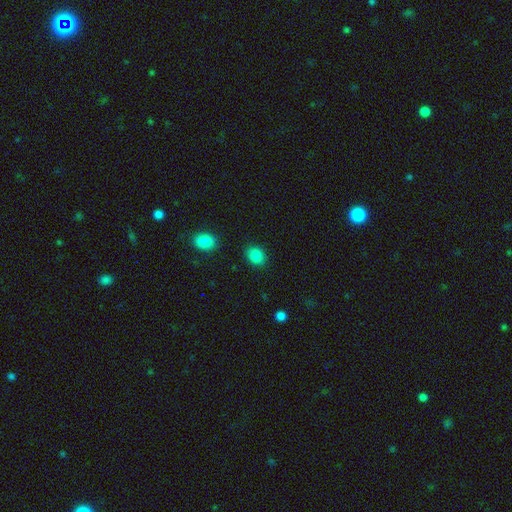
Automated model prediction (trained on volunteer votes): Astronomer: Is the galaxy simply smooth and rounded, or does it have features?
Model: smooth — 87%.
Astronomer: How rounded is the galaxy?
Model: in between — 62%.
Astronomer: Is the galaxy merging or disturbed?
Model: none — 84%.